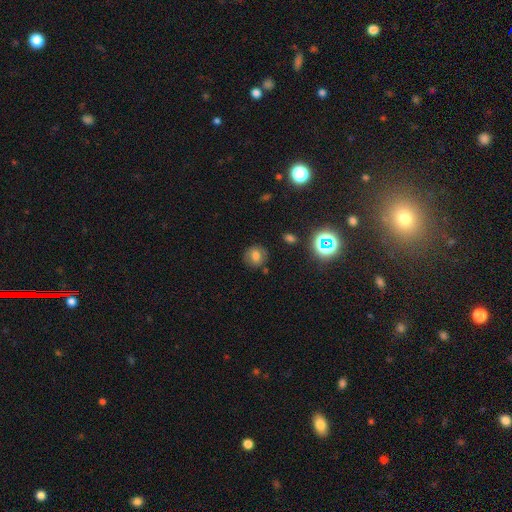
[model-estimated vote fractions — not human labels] smooth 66%, star or artifact 18%, featured or disk 16%. Down the decision tree: how rounded — round (82%); merging — none (83%).